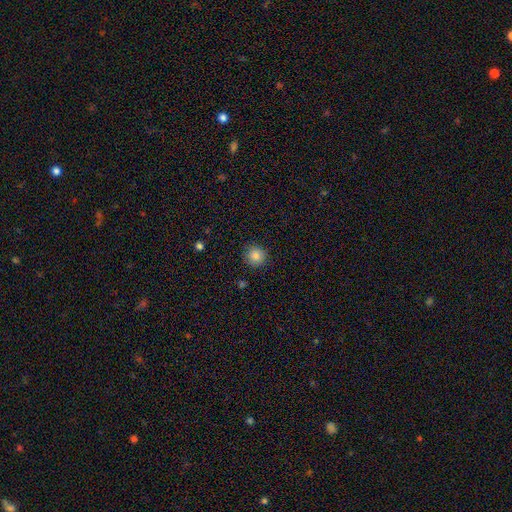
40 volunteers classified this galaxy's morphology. Q: Smooth or featured?
A: smooth (82%); runner-up: featured or disk (10%)
Q: How rounded?
A: round (91%); runner-up: in between (6%)
Q: Merging?
A: none (89%); runner-up: minor disturbance (5%)